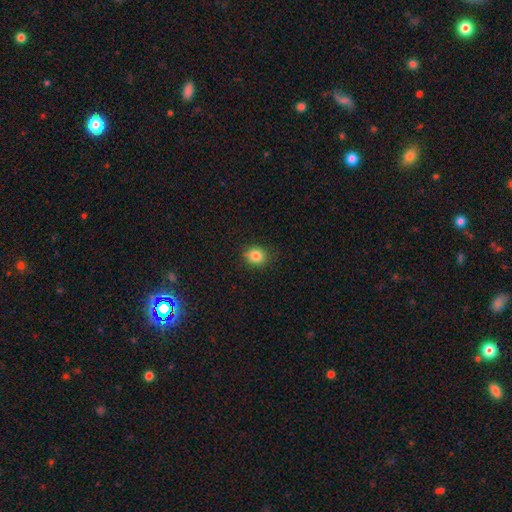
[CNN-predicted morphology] Overall: smooth (84%). How rounded: round (70%). Merging: none (85%).